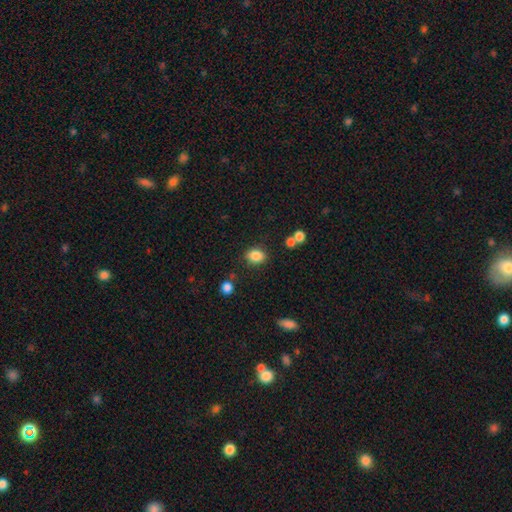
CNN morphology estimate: This is clearly a smooth galaxy (85%). How rounded: possibly in between (53%). Merging: clearly none (81%).